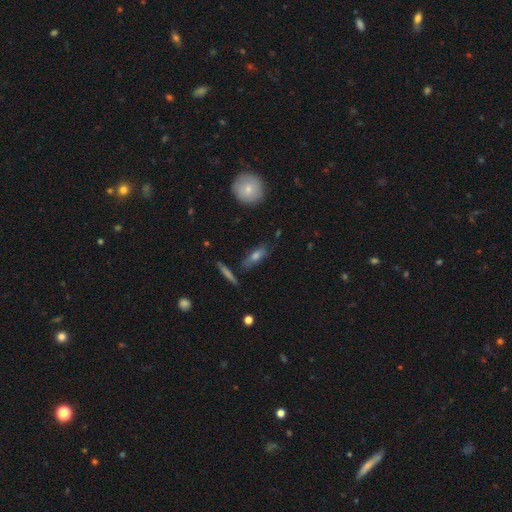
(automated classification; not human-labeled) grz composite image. It shows a smooth galaxy with no disk features (56%) that is in between round and cigar-shaped (56%). Merging: none (78%).